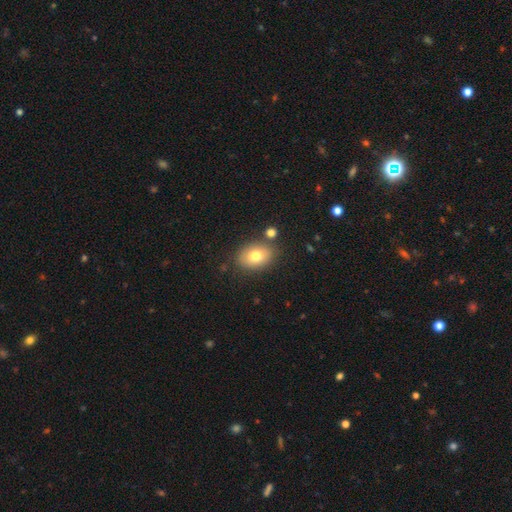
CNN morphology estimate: smooth-or-featured: smooth: 76% | featured or disk: 14% | star or artifact: 9%
  how-rounded: in between: 73% | round: 25% | cigar-shaped: 1%
  merging: none: 79% | minor disturbance: 11% | merger: 7% | major disturbance: 3%